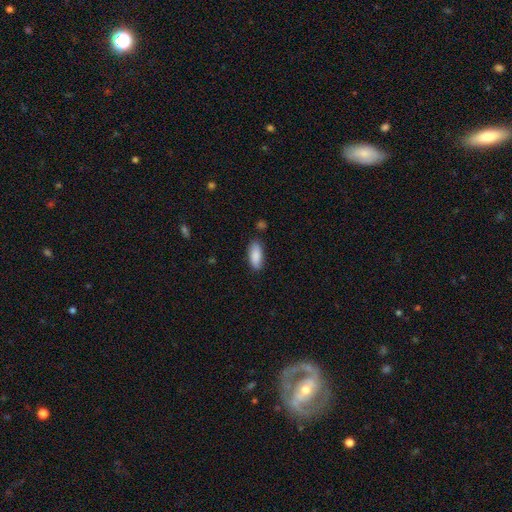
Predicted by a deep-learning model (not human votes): A smooth galaxy with no disk features (87%) that is in between round and cigar-shaped (84%). Merging: none (79%).